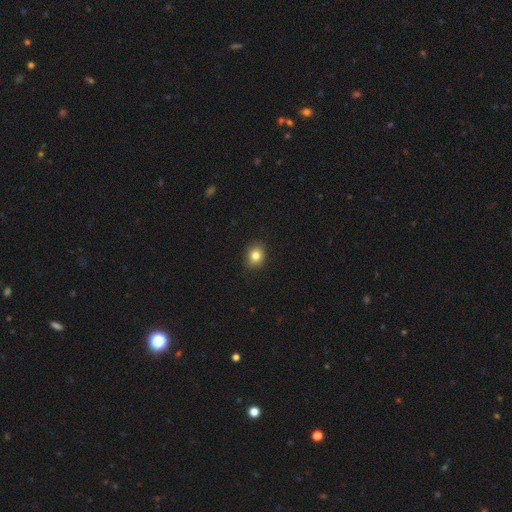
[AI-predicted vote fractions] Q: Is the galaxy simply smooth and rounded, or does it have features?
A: smooth — 82%.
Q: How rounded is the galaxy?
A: round — 61%.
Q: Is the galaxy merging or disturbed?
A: none — 87%.